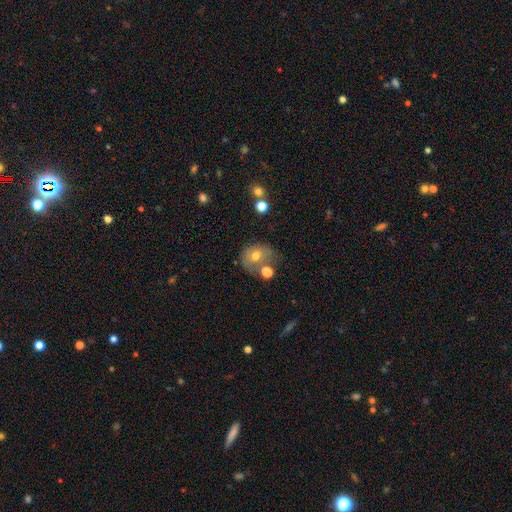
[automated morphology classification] smooth 67%, featured or disk 21%, star or artifact 11%. Down the decision tree: how rounded — round (60%); merging — none (45%).